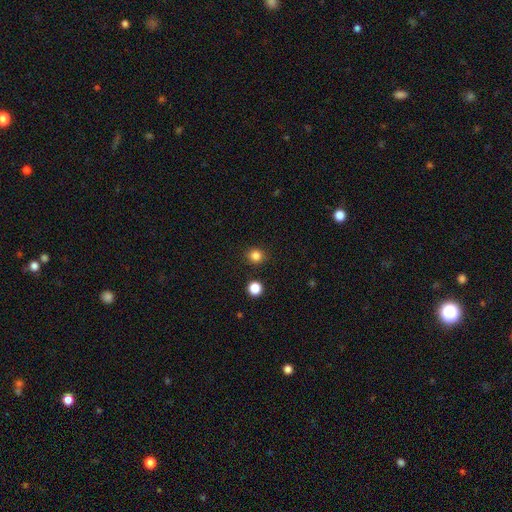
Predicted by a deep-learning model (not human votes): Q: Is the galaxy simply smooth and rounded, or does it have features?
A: smooth — 83%.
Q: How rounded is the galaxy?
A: round — 89%.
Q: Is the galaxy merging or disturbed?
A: none — 90%.